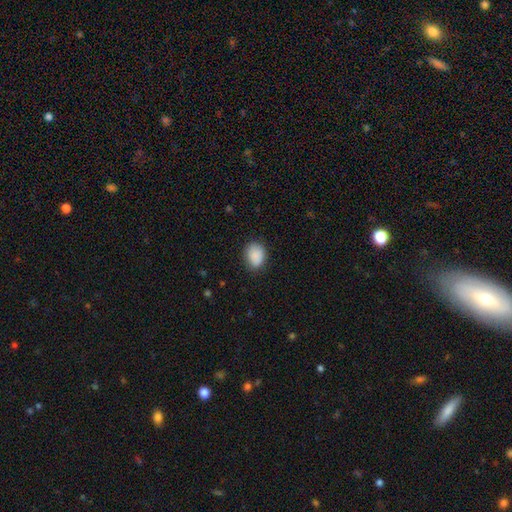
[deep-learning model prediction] Smooth or featured? smooth (88%)
How rounded? in between (57%)
Merging? none (79%)